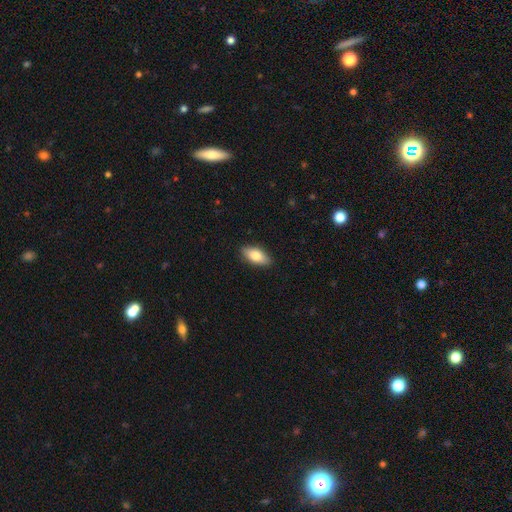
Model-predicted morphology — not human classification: The model was most divided on "smooth or featured": smooth: 78%, featured or disk: 16%, star or artifact: 6%. More confident: merging — none (89%); how rounded — in between (86%).